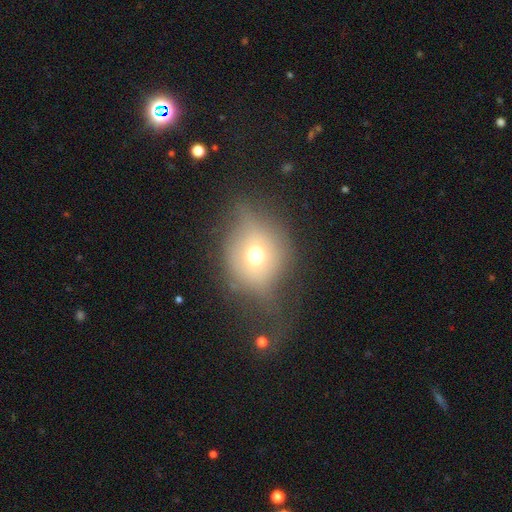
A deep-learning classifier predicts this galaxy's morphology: Overall: smooth (58%; featured or disk 27%). How rounded: round (64%; in between 35%). Merging: none (39%; major disturbance 30%).